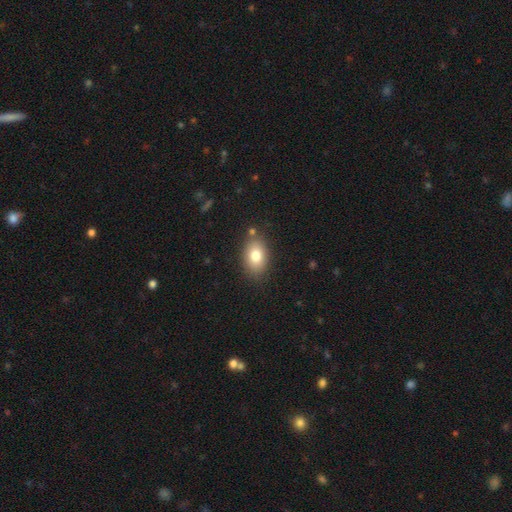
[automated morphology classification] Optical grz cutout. It shows a smooth galaxy with no disk features (80%) that is in between round and cigar-shaped (85%). Merging: none (80%).